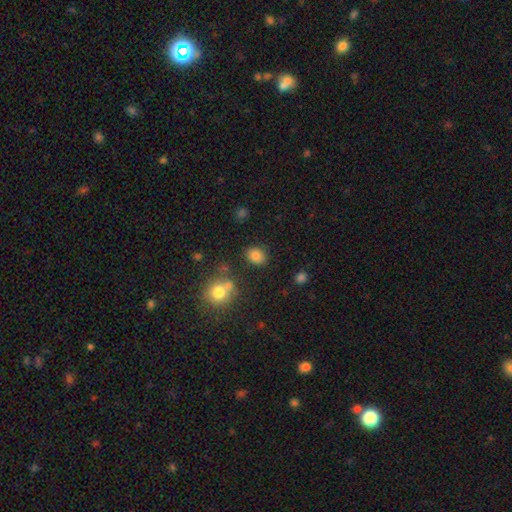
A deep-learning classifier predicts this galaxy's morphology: Smooth or featured? Predicted: smooth (p=0.83). How rounded? Predicted: in between (p=0.52). Merging? Predicted: none (p=0.81).